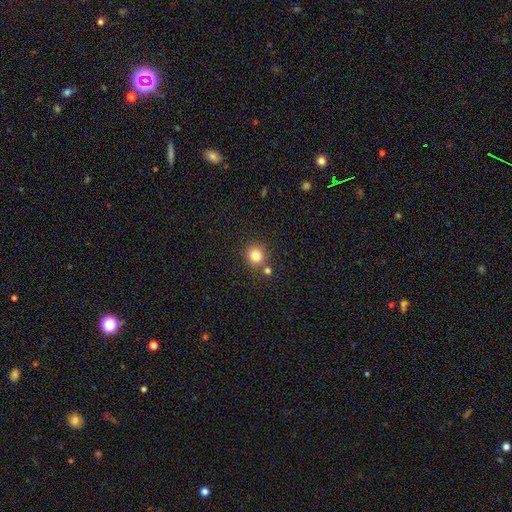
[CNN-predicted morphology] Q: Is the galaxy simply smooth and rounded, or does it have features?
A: smooth — 81%.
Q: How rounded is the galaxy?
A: round — 91%.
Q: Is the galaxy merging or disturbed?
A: none — 72%.